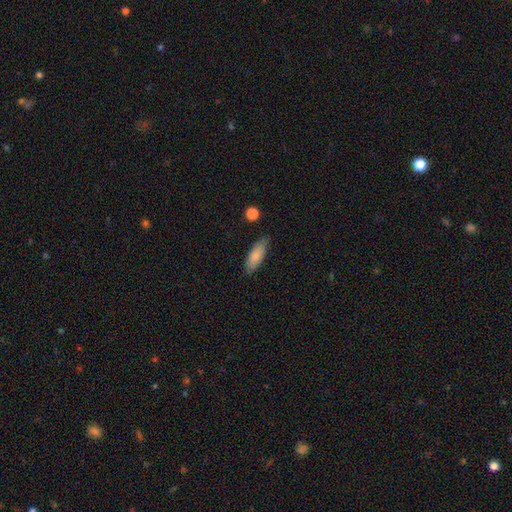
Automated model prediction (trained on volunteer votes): smooth 82%, featured or disk 12%, star or artifact 6%. Down the decision tree: how rounded — in between (62%); merging — none (80%).